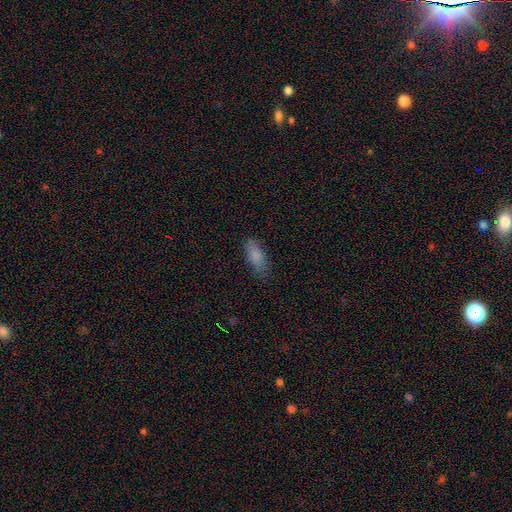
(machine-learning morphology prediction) smooth-or-featured: smooth: 84% | star or artifact: 8% | featured or disk: 8%
  how-rounded: in between: 82% | cigar-shaped: 15% | round: 3%
  merging: none: 77% | minor disturbance: 17% | major disturbance: 4% | merger: 1%